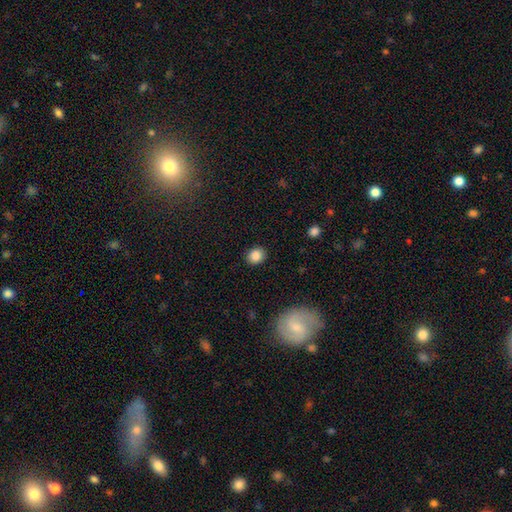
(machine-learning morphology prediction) Q: Smooth or featured?
A: smooth (87%); runner-up: star or artifact (9%)
Q: How rounded?
A: round (63%); runner-up: in between (36%)
Q: Merging?
A: none (88%); runner-up: minor disturbance (8%)